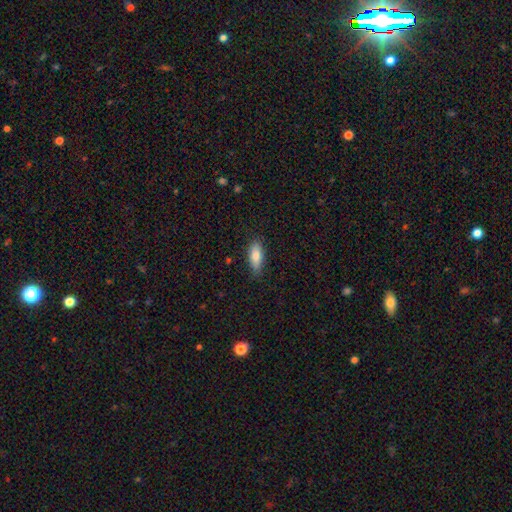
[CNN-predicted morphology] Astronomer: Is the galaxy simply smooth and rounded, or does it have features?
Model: smooth — 79%.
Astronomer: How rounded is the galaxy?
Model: in between — 71%.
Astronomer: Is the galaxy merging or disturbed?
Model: none — 83%.